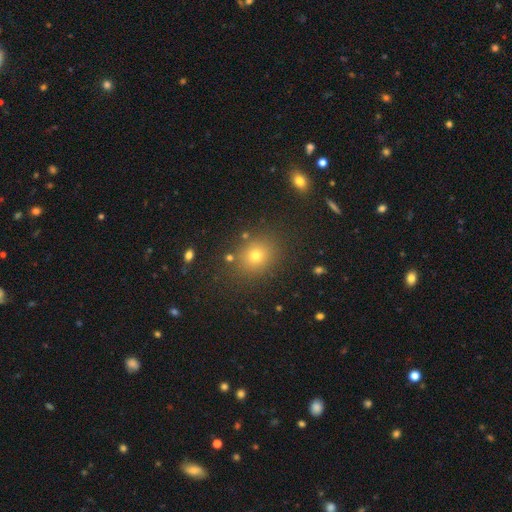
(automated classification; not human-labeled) smooth 72%, star or artifact 18%, featured or disk 10%. Down the decision tree: how rounded — round (69%); merging — none (85%).